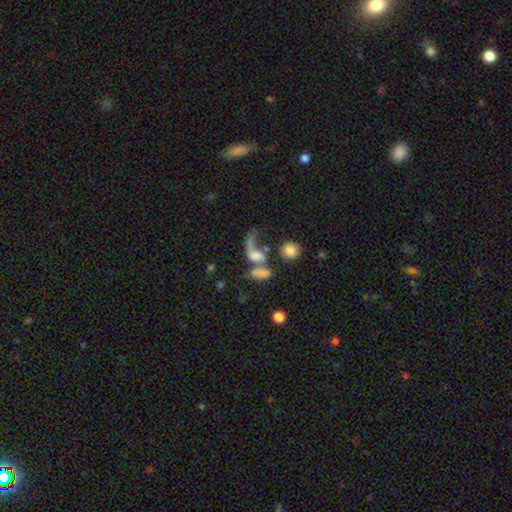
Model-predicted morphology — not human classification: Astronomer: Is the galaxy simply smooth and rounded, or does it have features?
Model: featured or disk — 44% (runner-up: smooth, 42%).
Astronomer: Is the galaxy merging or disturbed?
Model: merger — 40% (runner-up: major disturbance, 32%).